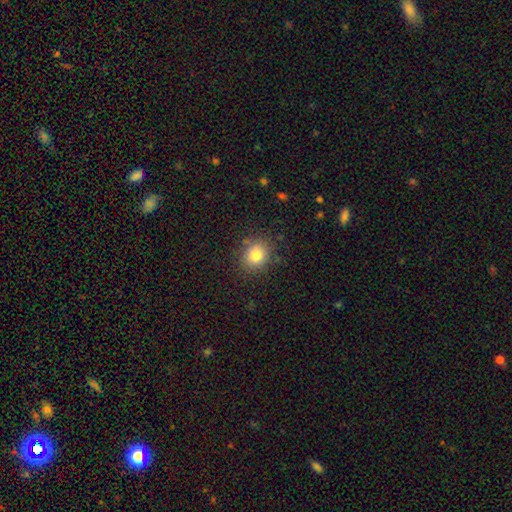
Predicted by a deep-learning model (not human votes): smooth-or-featured: smooth: 81% | star or artifact: 11% | featured or disk: 7%
  how-rounded: round: 70% | in between: 29% | cigar-shaped: 1%
  merging: none: 83% | minor disturbance: 12% | major disturbance: 4% | merger: 2%